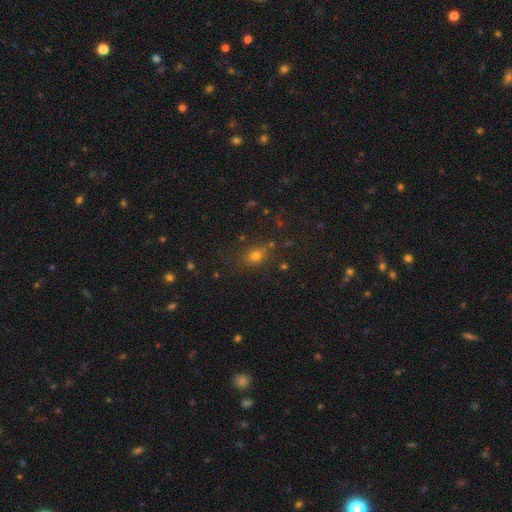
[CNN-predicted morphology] Q: Smooth or featured?
A: smooth (68%); runner-up: star or artifact (21%)
Q: How rounded?
A: round (51%); runner-up: in between (46%)
Q: Merging?
A: none (75%); runner-up: minor disturbance (15%)